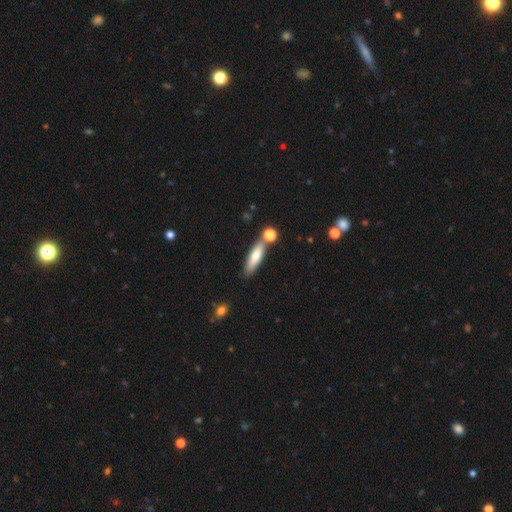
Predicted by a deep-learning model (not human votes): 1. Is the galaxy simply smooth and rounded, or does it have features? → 69% smooth, 24% featured or disk, 7% star or artifact.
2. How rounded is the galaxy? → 69% cigar-shaped, 28% in between, 2% round.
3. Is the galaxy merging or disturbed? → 68% none, 16% merger, 13% minor disturbance, 3% major disturbance.